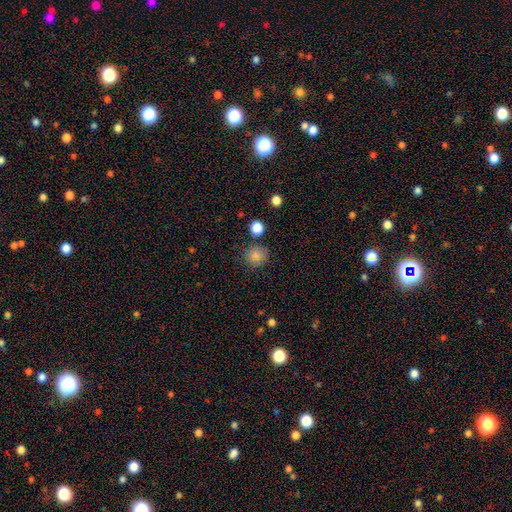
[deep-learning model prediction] Smooth or featured? smooth (82%)
How rounded? round (83%)
Merging? none (81%)